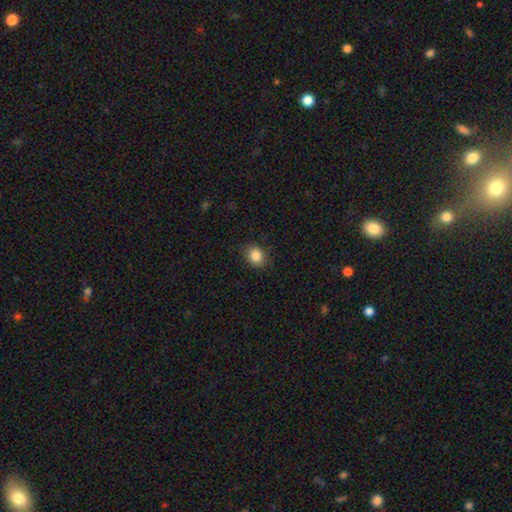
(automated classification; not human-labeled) A smooth galaxy with no disk features (86%) that is round (56%).

Vote fractions:
- Smooth or featured? smooth: 86% / star or artifact: 9% / featured or disk: 5%
- How rounded? round: 56% / in between: 43% / cigar-shaped: 1%
- Merging? none: 86% / minor disturbance: 10% / major disturbance: 3% / merger: 1%